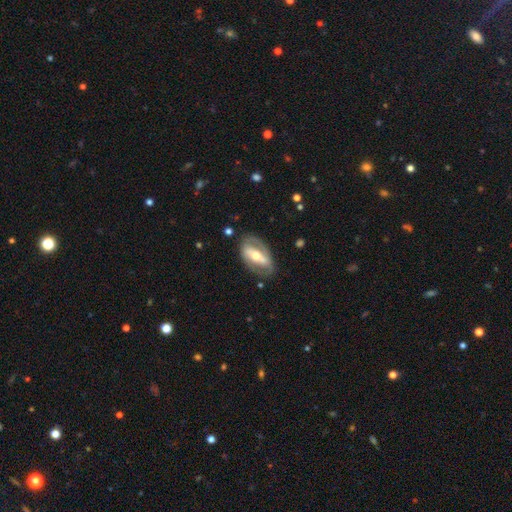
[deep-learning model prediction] featured or disk 73%, smooth 21%, star or artifact 5%. Down the decision tree: edge-on disk — no (90%); bar — strong (59%); spiral arms — yes (59%); bulge size — moderate (66%); merging — none (75%).